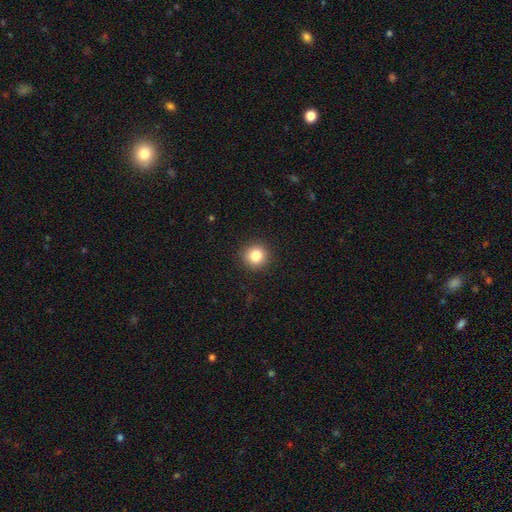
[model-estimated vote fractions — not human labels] The model was most divided on "smooth or featured": smooth: 83%, star or artifact: 11%, featured or disk: 6%. More confident: how rounded — round (94%); merging — none (92%).